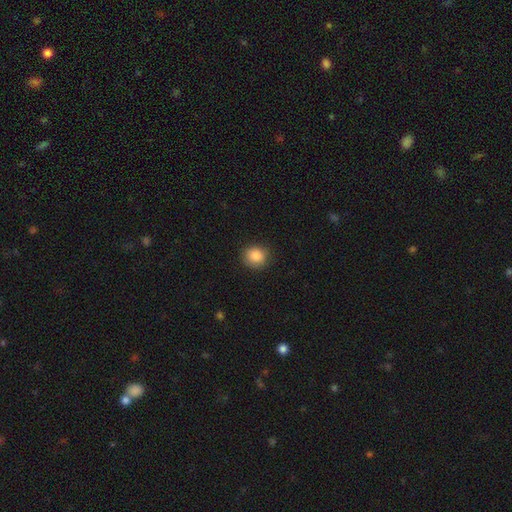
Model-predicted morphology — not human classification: Smooth or featured: smooth — 86% (star or artifact — 9%)
How rounded: round — 82% (in between — 17%)
Merging: none — 85% (minor disturbance — 11%)